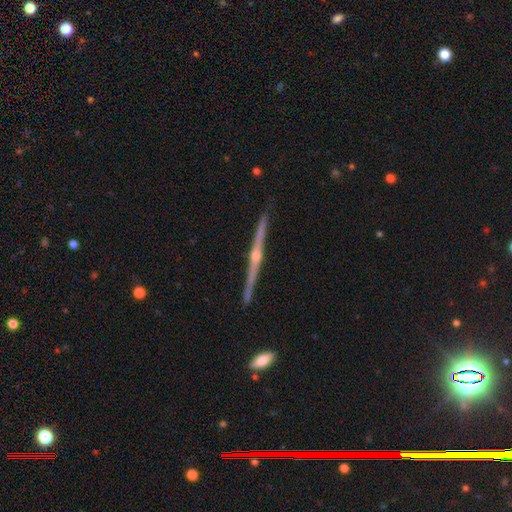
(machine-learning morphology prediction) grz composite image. It shows a featured or disk galaxy (88%) viewed edge-on (99%) with a rounded central bulge (89%). Merging: none (90%).